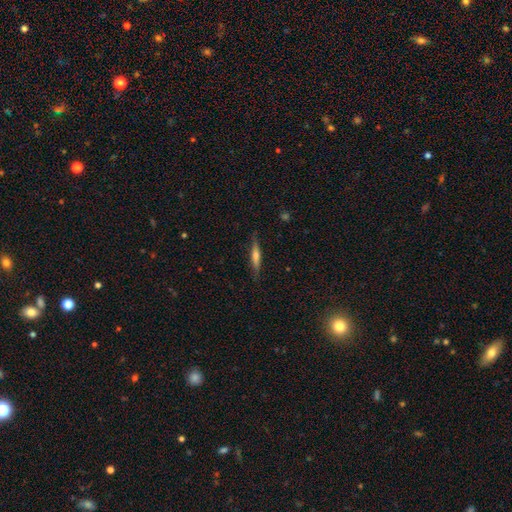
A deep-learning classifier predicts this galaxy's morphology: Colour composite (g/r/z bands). It shows a smooth galaxy with no disk features (47%). Merging: none (85%).